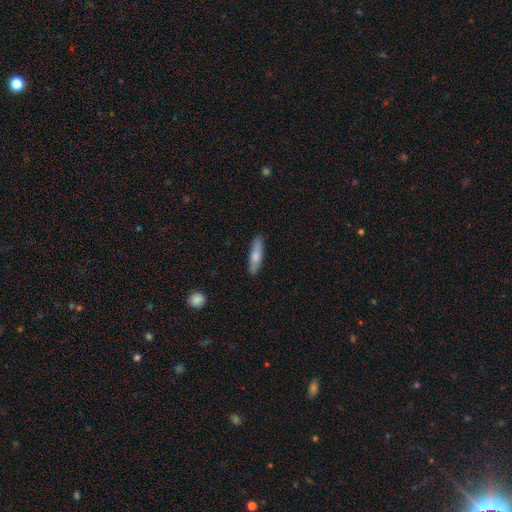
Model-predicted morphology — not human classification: This is likely a smooth galaxy (69%). How rounded: likely cigar-shaped (77%). Merging: clearly none (89%).